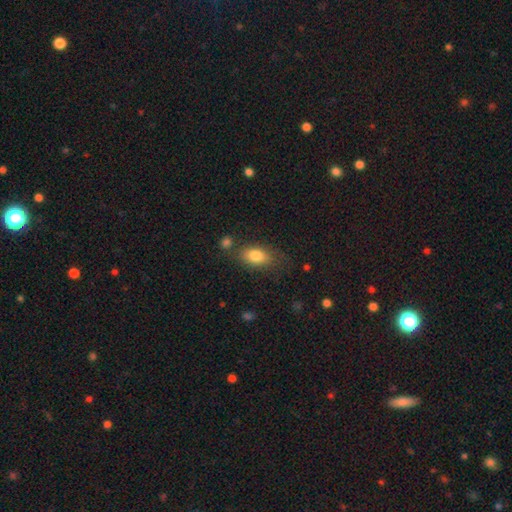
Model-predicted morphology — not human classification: Smooth or featured? Predicted: smooth (p=0.81). How rounded? Predicted: in between (p=0.85). Merging? Predicted: none (p=0.68).